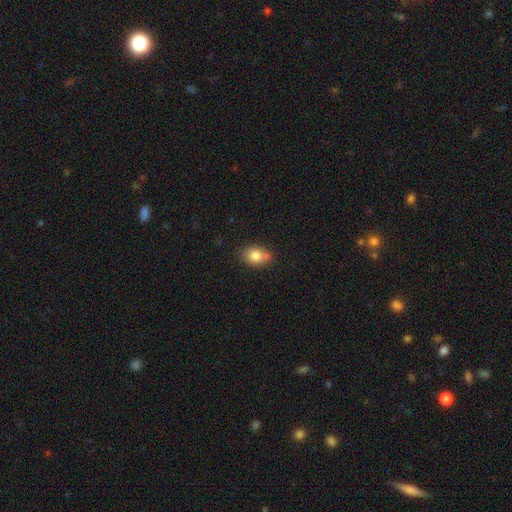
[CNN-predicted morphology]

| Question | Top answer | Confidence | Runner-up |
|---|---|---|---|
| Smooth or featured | smooth | 80% | featured or disk (11%) |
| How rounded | in between | 68% | round (31%) |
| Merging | none | 62% | minor disturbance (19%) |